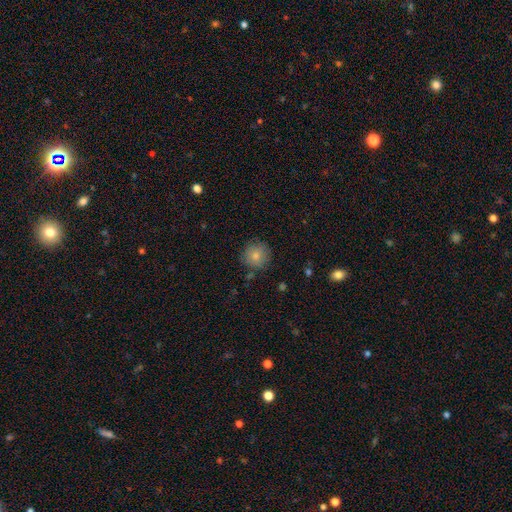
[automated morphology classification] Overall: smooth (81%). How rounded: round (93%). Merging: none (83%).